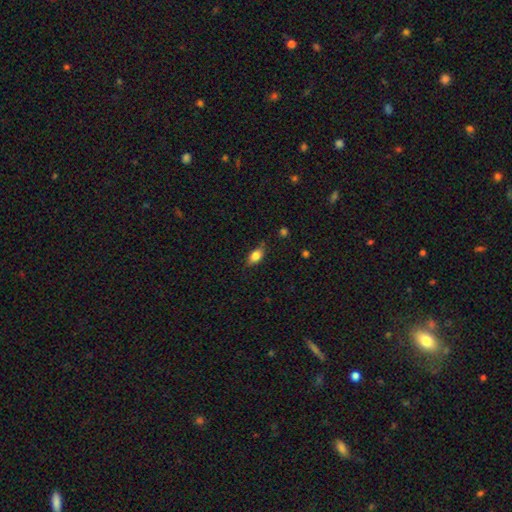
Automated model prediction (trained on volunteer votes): The model was most divided on "merging": none: 75%, minor disturbance: 20%, major disturbance: 4%, merger: 2%. More confident: how rounded — in between (84%); smooth or featured — smooth (81%).